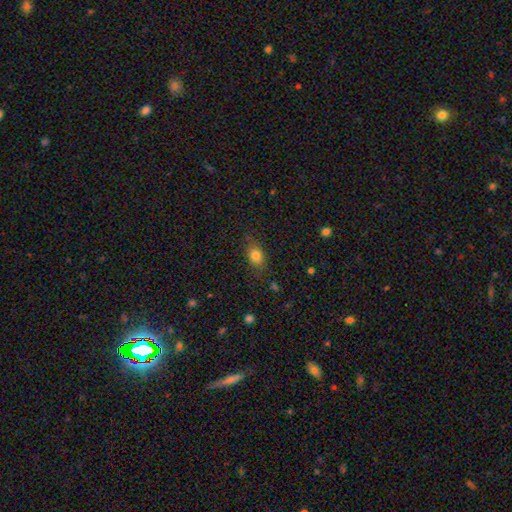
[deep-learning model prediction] smooth 79%, star or artifact 11%, featured or disk 10%. Down the decision tree: how rounded — in between (69%); merging — none (76%).